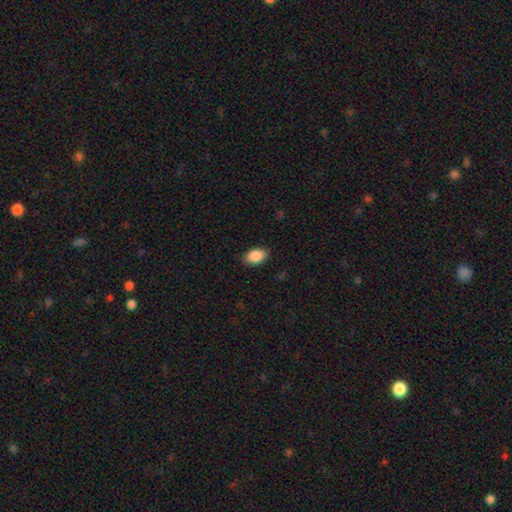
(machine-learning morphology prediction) type=smooth (88%); roundness=in between (90%); merging=none (87%).